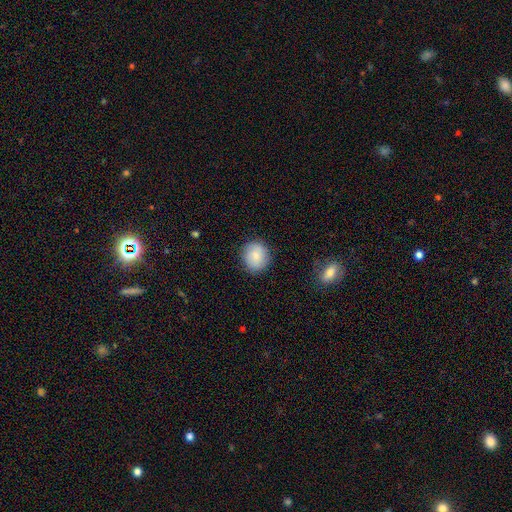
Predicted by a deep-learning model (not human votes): smooth_or_featured: smooth (p=0.81) [alt: featured or disk p=0.11]
how_rounded: round (p=0.84) [alt: in between p=0.15]
merging: none (p=0.87) [alt: minor disturbance p=0.10]